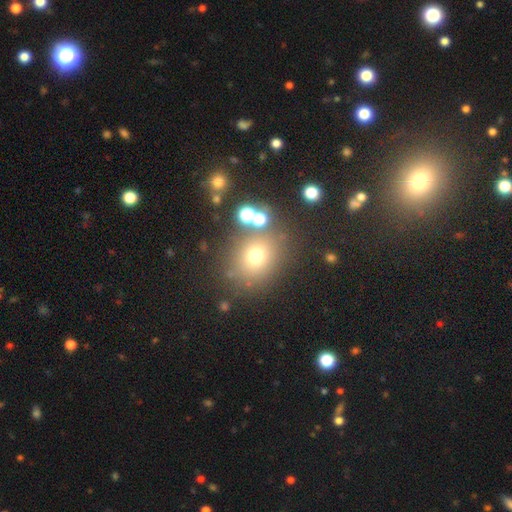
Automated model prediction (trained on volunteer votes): Q: Smooth or featured?
A: smooth (68%); runner-up: star or artifact (20%)
Q: How rounded?
A: round (82%); runner-up: in between (17%)
Q: Merging?
A: none (73%); runner-up: merger (10%)